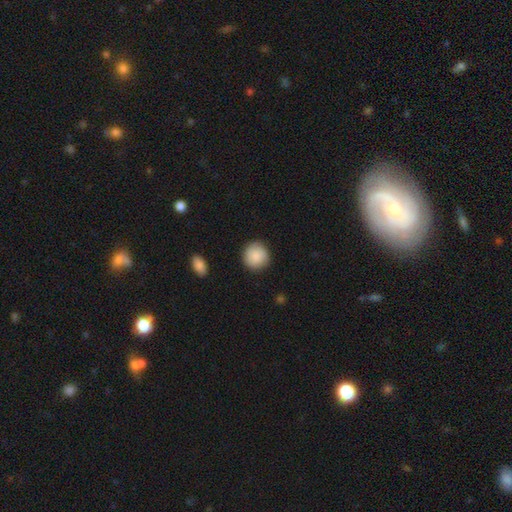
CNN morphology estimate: smooth 88%, star or artifact 6%, featured or disk 5%. Down the decision tree: how rounded — round (93%); merging — none (89%).